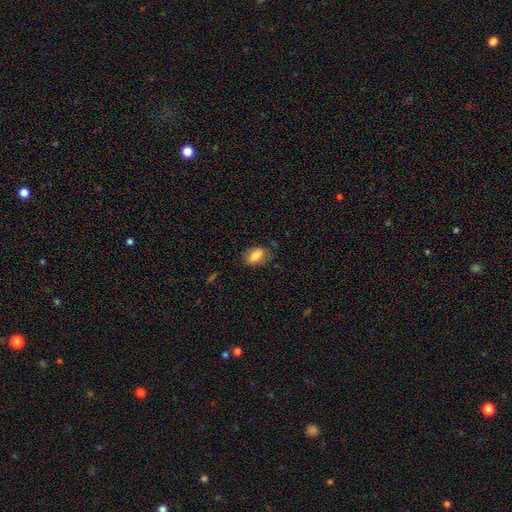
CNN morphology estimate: smooth 77%, featured or disk 15%, star or artifact 8%. Down the decision tree: how rounded — in between (83%); merging — none (72%).